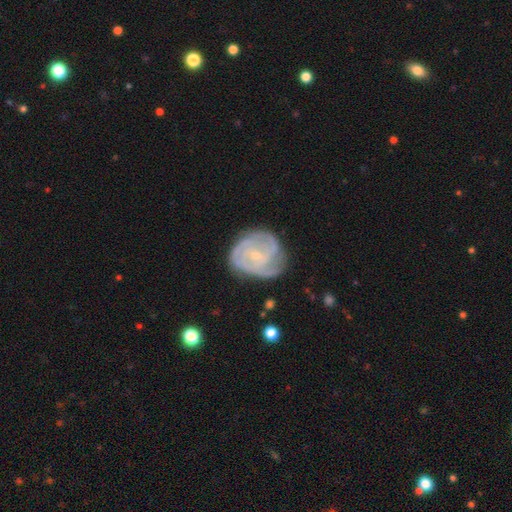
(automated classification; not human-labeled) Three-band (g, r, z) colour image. It shows a featured or disk galaxy (82%) with no bar (61%), 3 (29%, tied with can't tell) tight (65%) spiral arms (93%) and a small central bulge (78%). Merging: none (63%).